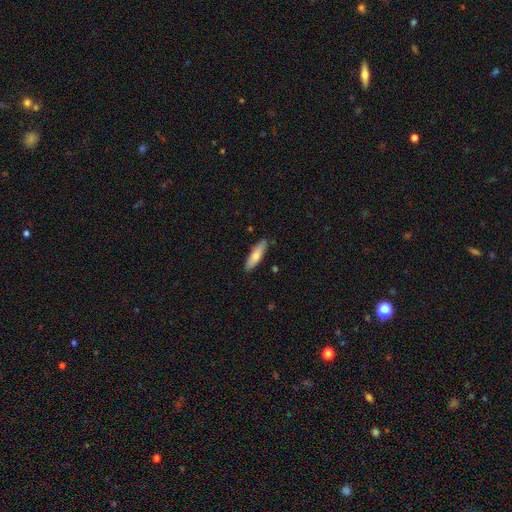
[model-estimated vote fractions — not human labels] Smooth or featured: smooth — 74% (featured or disk — 21%)
How rounded: cigar-shaped — 57% (in between — 41%)
Merging: none — 87% (minor disturbance — 10%)